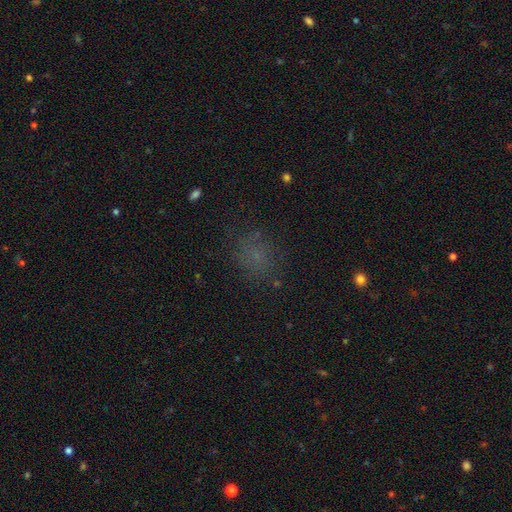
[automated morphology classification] A smooth galaxy with no disk features (62%) that is round (62%). Merging: none (74%).